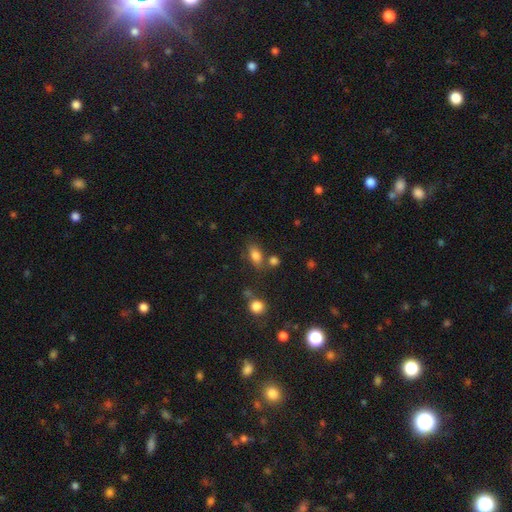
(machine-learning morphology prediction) type=smooth (81%); roundness=in between (84%); merging=none (68%).